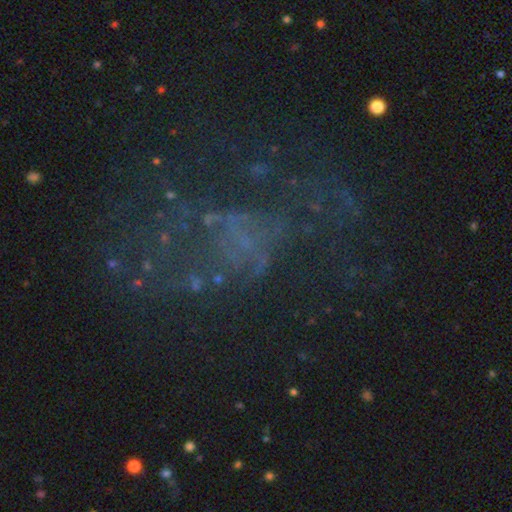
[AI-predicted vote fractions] Morphology: type=featured or disk (41%); merging=major disturbance (39%).